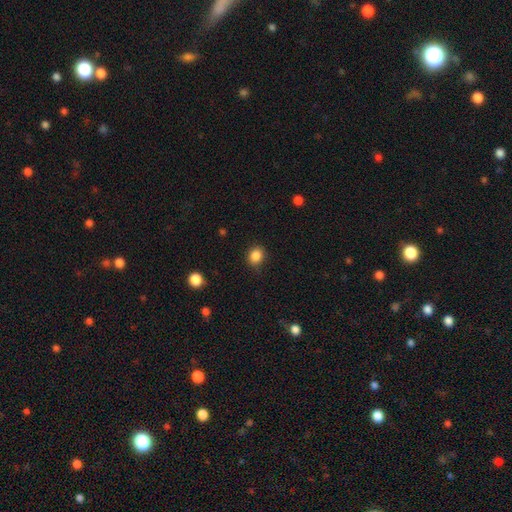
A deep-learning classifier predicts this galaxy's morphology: smooth 86%, star or artifact 10%, featured or disk 4%. Down the decision tree: how rounded — round (72%); merging — none (86%).